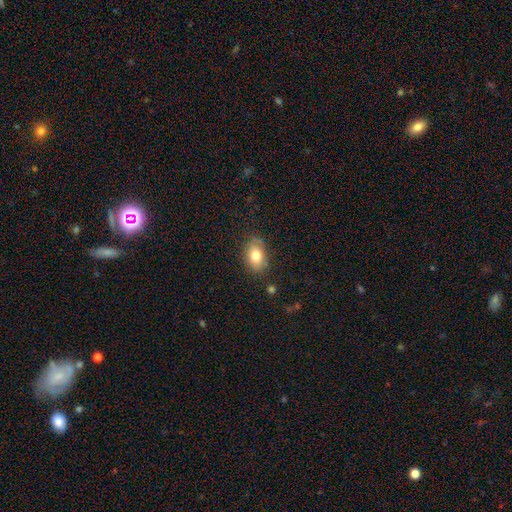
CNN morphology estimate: This is likely a smooth galaxy (80%). How rounded: clearly in between (85%). Merging: likely none (79%).